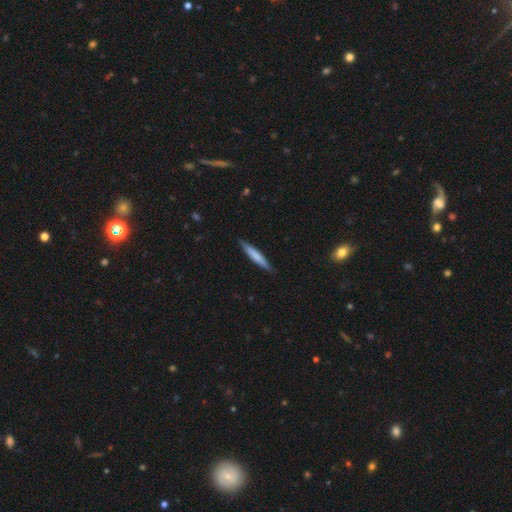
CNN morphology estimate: Q: Smooth or featured?
A: smooth (68%); runner-up: featured or disk (27%)
Q: How rounded?
A: cigar-shaped (93%); runner-up: in between (6%)
Q: Merging?
A: none (88%); runner-up: minor disturbance (10%)